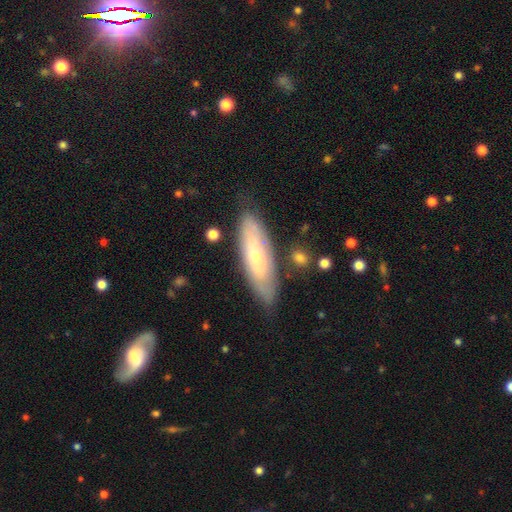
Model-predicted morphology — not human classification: Overall: featured or disk (48%; smooth 46%). Merging: none (74%).